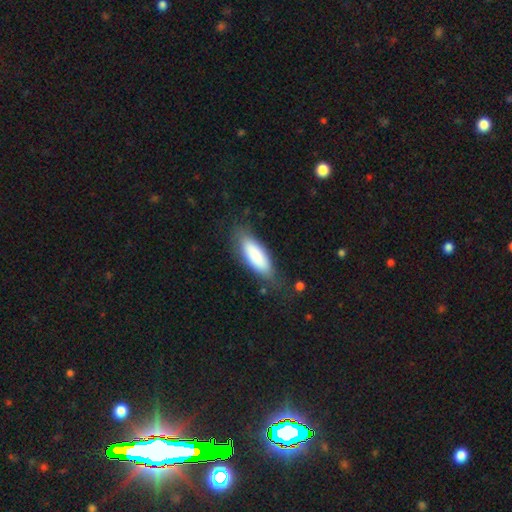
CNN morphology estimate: Q: Smooth or featured?
A: smooth (82%); runner-up: featured or disk (12%)
Q: How rounded?
A: in between (69%); runner-up: cigar-shaped (29%)
Q: Merging?
A: none (72%); runner-up: minor disturbance (19%)